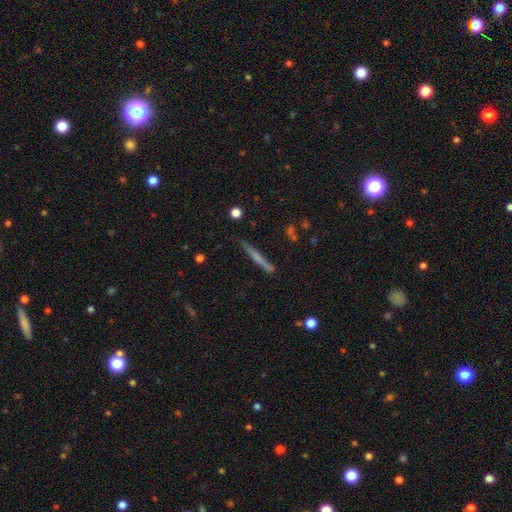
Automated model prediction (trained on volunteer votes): This appears to be a smooth galaxy with no disk features (51%) that is cigar-shaped (95%). Merging: none (82%).